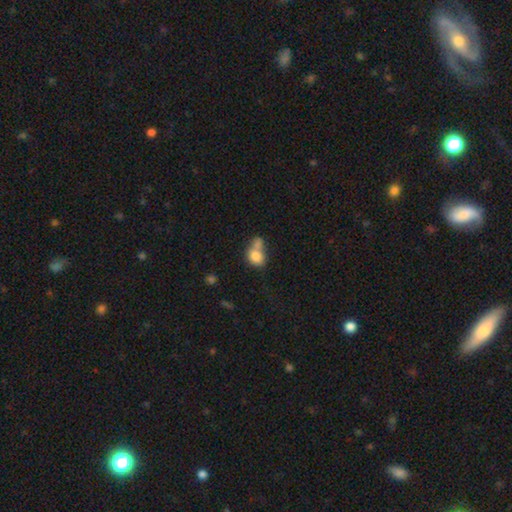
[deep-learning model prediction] Overall: smooth (79%). How rounded: in between (53%; round 46%). Merging: merger (57%; none 27%).